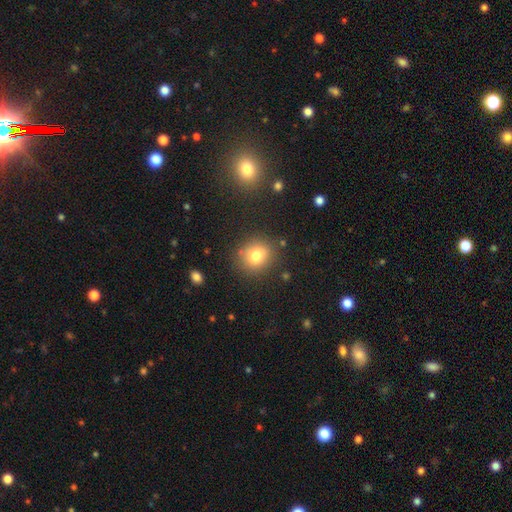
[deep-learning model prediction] smooth_or_featured: smooth (p=0.77) [alt: star or artifact p=0.13]
how_rounded: round (p=0.72) [alt: in between p=0.26]
merging: none (p=0.83) [alt: minor disturbance p=0.10]